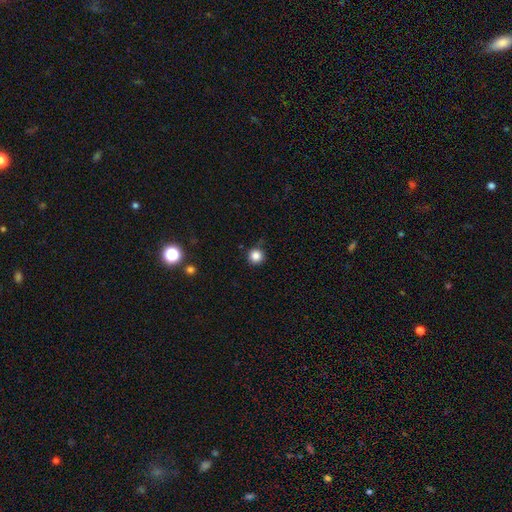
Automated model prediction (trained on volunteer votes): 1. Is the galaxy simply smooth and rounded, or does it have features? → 84% smooth, 12% star or artifact, 4% featured or disk.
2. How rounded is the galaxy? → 95% round, 4% in between, 1% cigar-shaped.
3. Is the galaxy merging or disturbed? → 87% none, 9% minor disturbance, 2% major disturbance, 2% merger.